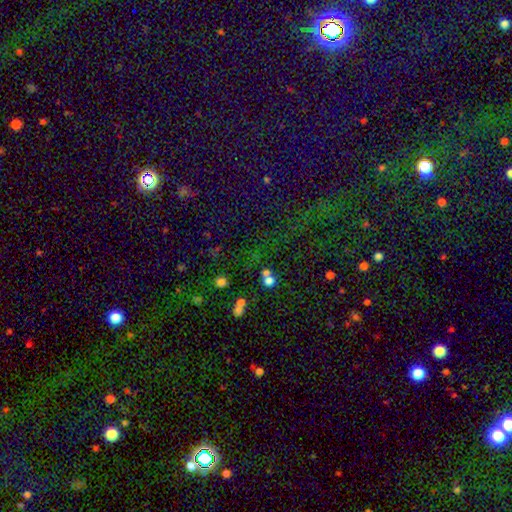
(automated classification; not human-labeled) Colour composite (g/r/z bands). It shows a star or artifact, not a galaxy (65%).